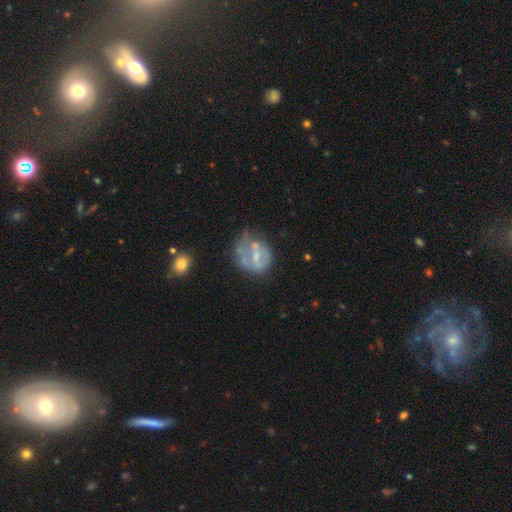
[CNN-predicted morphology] Q: Smooth or featured?
A: featured or disk (57%); runner-up: smooth (34%)
Q: Edge-on disk?
A: no (97%); runner-up: yes (3%)
Q: Bar?
A: no (49%); runner-up: weak (37%)
Q: Spiral arms?
A: no (70%); runner-up: yes (30%)
Q: Bulge size?
A: small (35%); runner-up: none (33%)
Q: Merging?
A: none (34%); runner-up: major disturbance (30%)